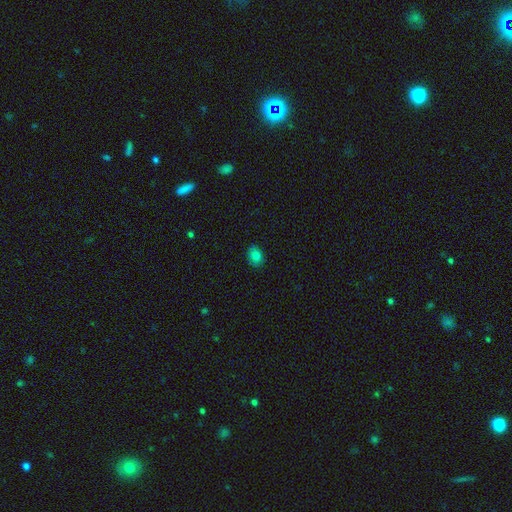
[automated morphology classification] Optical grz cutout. It shows a smooth galaxy with no disk features (82%) that is in between round and cigar-shaped (65%). Merging: none (86%).